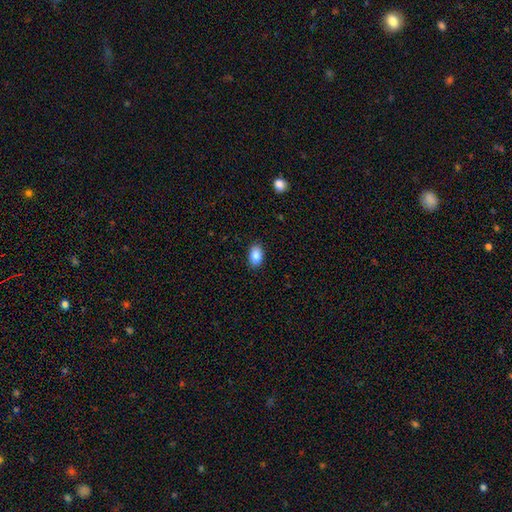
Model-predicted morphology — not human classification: A smooth galaxy with no disk features (87%) that is in between round and cigar-shaped (89%). Merging: none (88%).